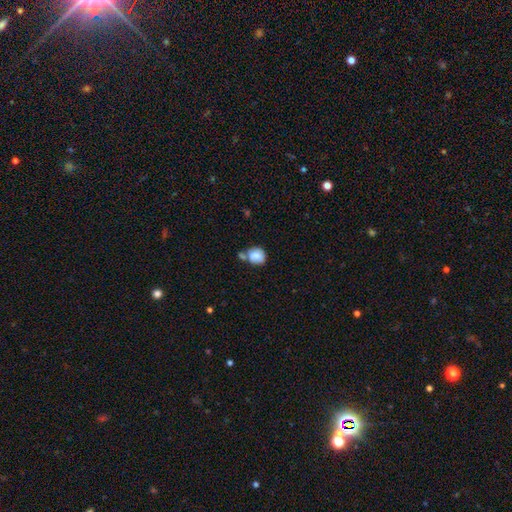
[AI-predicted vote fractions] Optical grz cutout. It shows a smooth galaxy with no disk features (78%) that is round (74%). Merging: none (44%).